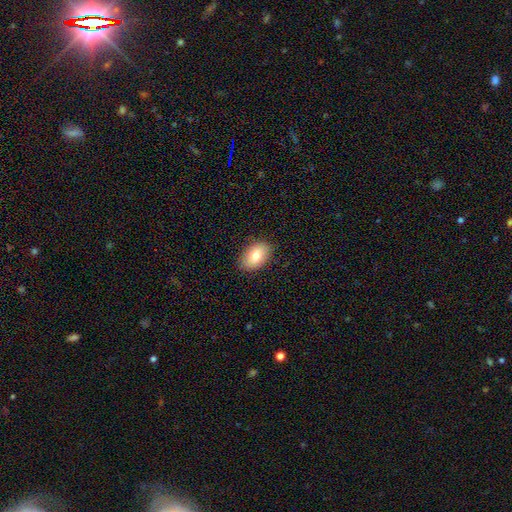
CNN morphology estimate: Overall: smooth (79%). How rounded: in between (88%). Merging: none (87%).